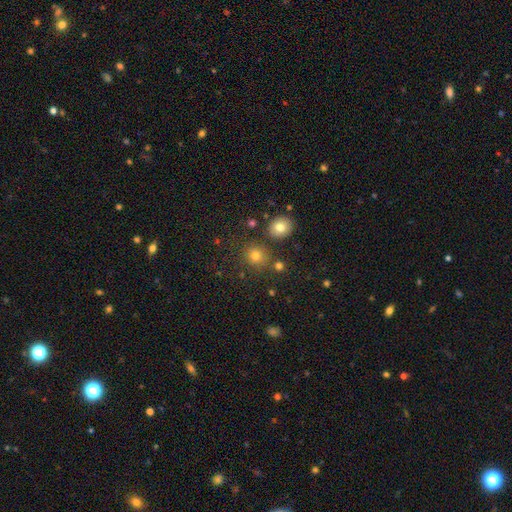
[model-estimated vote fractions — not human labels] This is likely a smooth galaxy (73%). How rounded: clearly round (83%). Merging: likely none (79%).